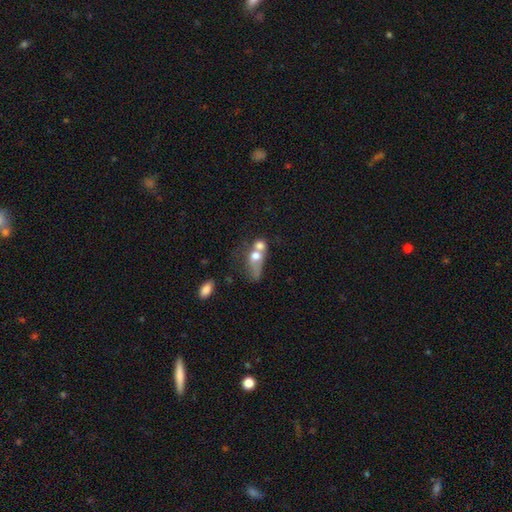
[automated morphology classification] The model was most divided on "how rounded": in between: 52%, round: 40%, cigar-shaped: 7%. More confident: merging — merger (65%); smooth or featured — smooth (63%).